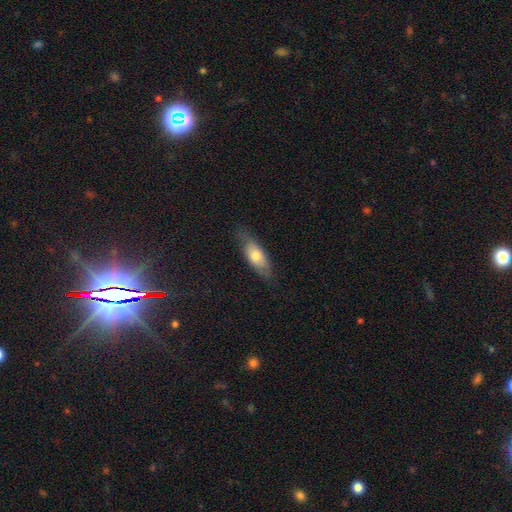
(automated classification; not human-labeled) Overall: smooth (68%). How rounded: in between (74%). Merging: none (71%).